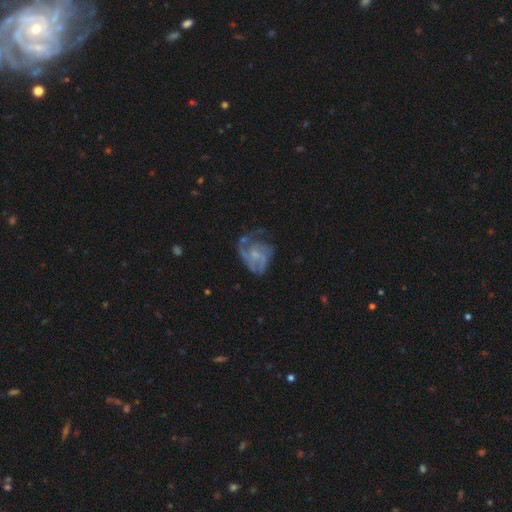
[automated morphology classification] A featured or disk galaxy (74%) with no bar (69%), medium (43%) spiral arms (82%) and a small central bulge (43%).

Vote fractions:
- Smooth or featured? featured or disk: 74% / smooth: 18% / star or artifact: 8%
- Edge-on disk? no: 98% / yes: 2%
- Bar? no: 69% / weak: 27% / strong: 4%
- Spiral arms? yes: 82% / no: 18%
- Spiral winding? medium: 43% / tight: 31% / loose: 26%
- Spiral arm count? can't tell: 29% / 3: 27% / 2: 21% / 1: 12% / 4: 7% / more than 4: 5%
- Bulge size? small: 43% / none: 31% / moderate: 22% / large: 2% / dominant: 1%
- Merging? none: 41% / major disturbance: 33% / minor disturbance: 23% / merger: 3%